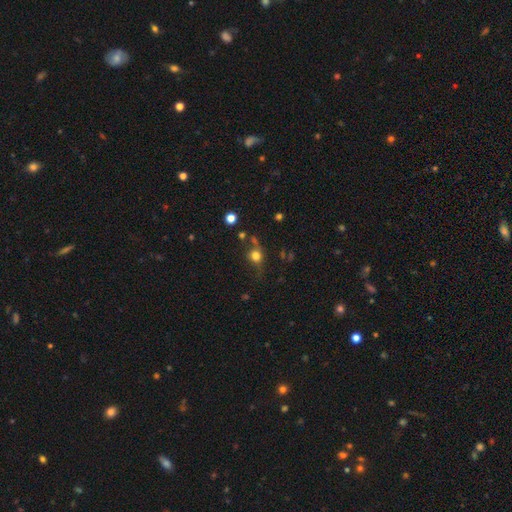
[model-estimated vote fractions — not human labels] Smooth or featured: smooth — 72% (star or artifact — 16%)
How rounded: round — 80% (in between — 18%)
Merging: none — 59% (minor disturbance — 21%)